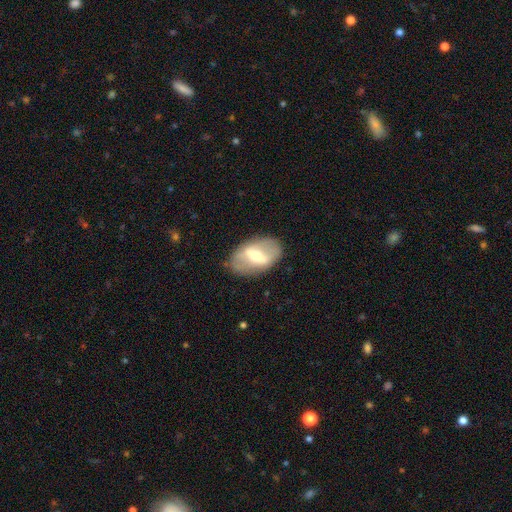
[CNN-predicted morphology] A featured or disk galaxy (61%) with a strong bar (66%), no spiral arms (79%) and a moderate central bulge (60%).

Vote fractions:
- Smooth or featured? featured or disk: 61% / smooth: 32% / star or artifact: 7%
- Edge-on disk? no: 86% / yes: 14%
- Bar? strong: 66% / weak: 25% / no: 8%
- Spiral arms? no: 79% / yes: 21%
- Bulge size? moderate: 60% / small: 27% / large: 10% / none: 2% / dominant: 2%
- Merging? none: 80% / minor disturbance: 13% / major disturbance: 6% / merger: 1%